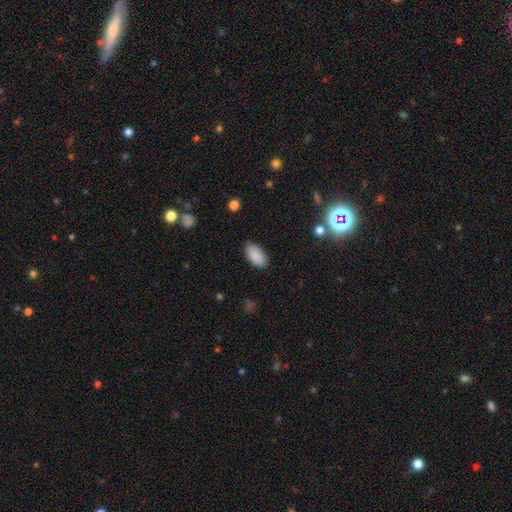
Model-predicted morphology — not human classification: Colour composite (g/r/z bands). It shows a smooth galaxy with no disk features (88%) that is in between round and cigar-shaped (95%). Merging: none (82%).